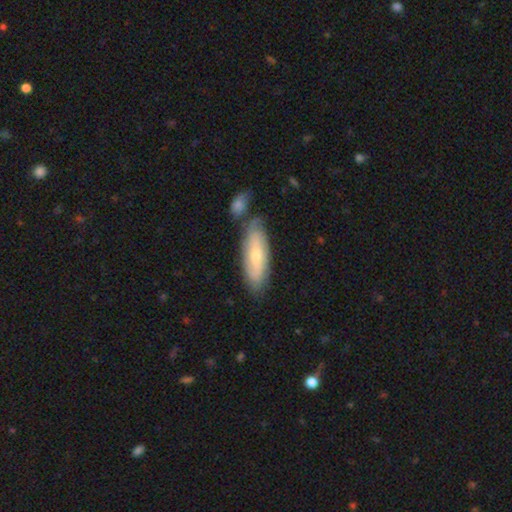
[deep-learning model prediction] smooth_or_featured: smooth (p=0.50) [alt: featured or disk p=0.44]
how_rounded: in between (p=0.54) [alt: cigar-shaped p=0.44]
merging: none (p=0.66) [alt: minor disturbance p=0.16]